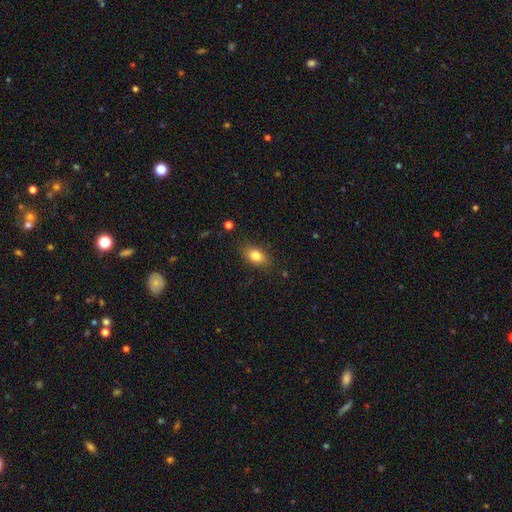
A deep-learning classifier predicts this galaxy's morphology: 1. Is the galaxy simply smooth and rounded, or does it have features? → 82% smooth, 9% featured or disk, 9% star or artifact.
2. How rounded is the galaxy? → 83% in between, 15% round, 2% cigar-shaped.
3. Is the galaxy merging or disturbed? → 84% none, 12% minor disturbance, 3% major disturbance, 1% merger.